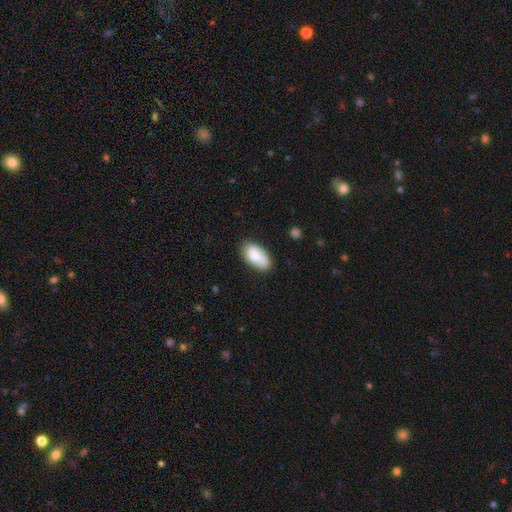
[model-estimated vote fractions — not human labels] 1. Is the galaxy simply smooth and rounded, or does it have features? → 83% smooth, 10% featured or disk, 7% star or artifact.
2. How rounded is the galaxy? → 94% in between, 4% cigar-shaped, 3% round.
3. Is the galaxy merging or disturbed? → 73% none, 19% minor disturbance, 4% major disturbance, 3% merger.